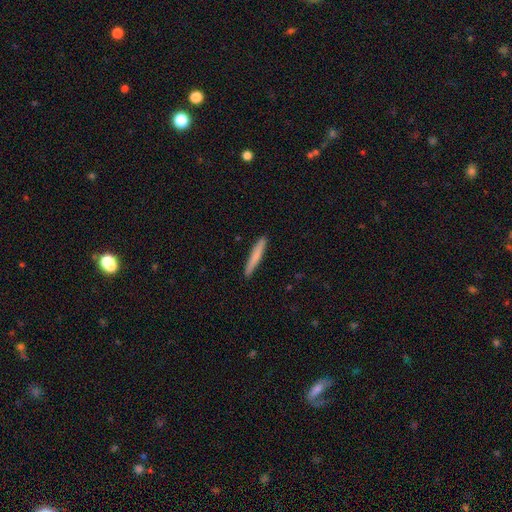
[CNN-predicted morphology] The model was most divided on "smooth or featured": smooth: 73%, featured or disk: 22%, star or artifact: 5%. More confident: how rounded — cigar-shaped (96%); merging — none (91%).